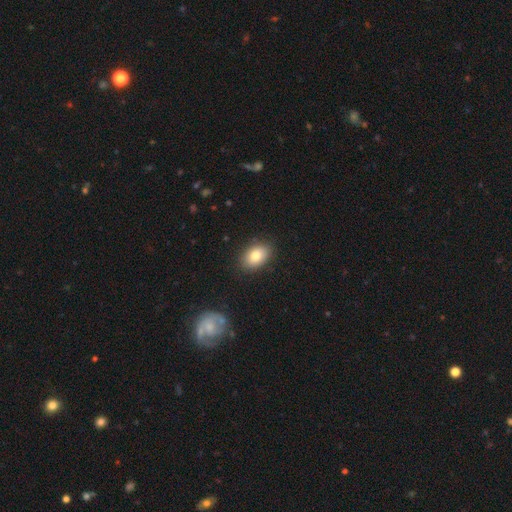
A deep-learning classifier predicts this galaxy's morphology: smooth-or-featured: smooth: 82% | featured or disk: 10% | star or artifact: 8%
  how-rounded: in between: 86% | round: 13% | cigar-shaped: 1%
  merging: none: 86% | minor disturbance: 10% | major disturbance: 3% | merger: 1%